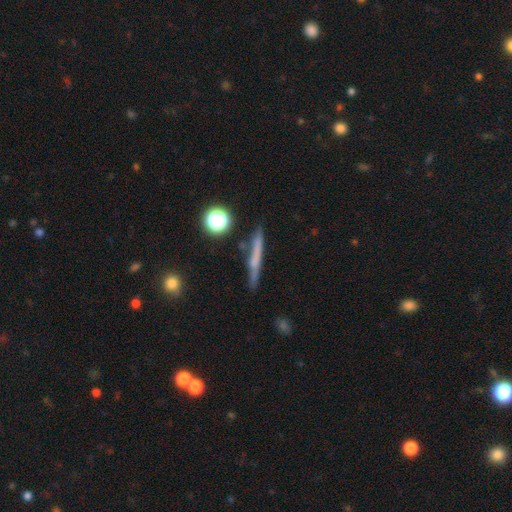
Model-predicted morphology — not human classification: A smooth galaxy with no disk features (48%). Merging: none (82%).